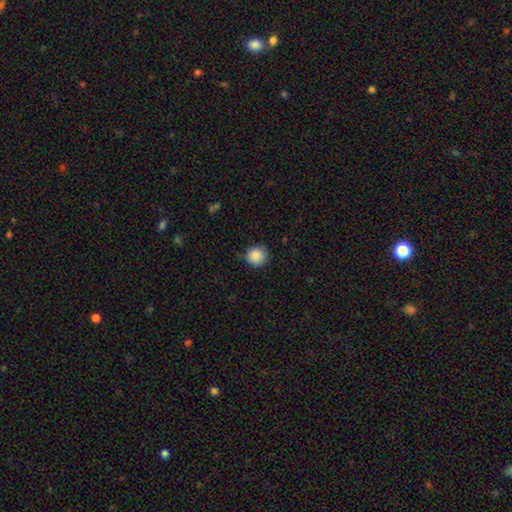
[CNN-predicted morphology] Smooth or featured? Predicted: smooth (p=0.88). How rounded? Predicted: round (p=0.93). Merging? Predicted: none (p=0.80).